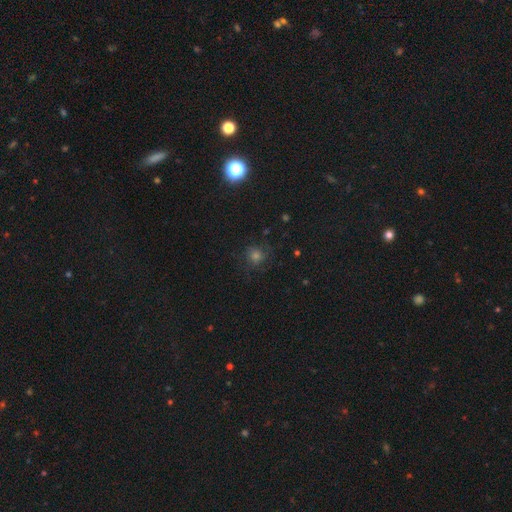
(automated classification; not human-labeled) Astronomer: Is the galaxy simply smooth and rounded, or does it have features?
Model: smooth — 53% (runner-up: star or artifact, 32%).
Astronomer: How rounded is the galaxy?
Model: round — 89%.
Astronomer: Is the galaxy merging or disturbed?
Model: none — 79%.